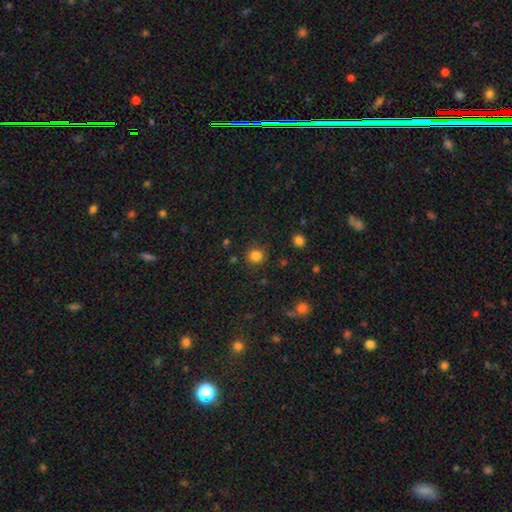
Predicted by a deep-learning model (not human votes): This appears to be a smooth galaxy with no disk features (83%) that is round (87%). Merging: none (86%).